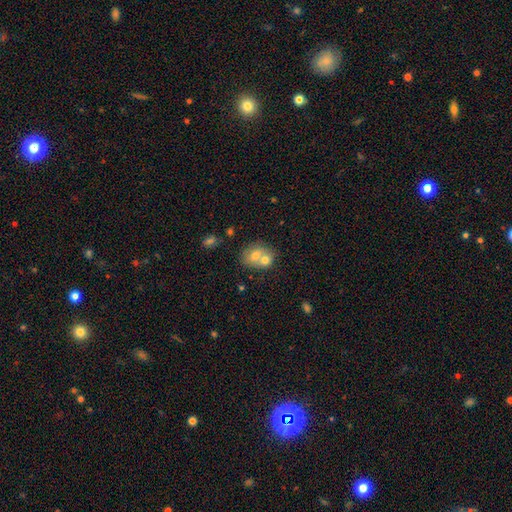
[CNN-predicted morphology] The model was most divided on "how rounded": round: 56%, in between: 43%, cigar-shaped: 1%. More confident: smooth or featured — smooth (67%); merging — merger (63%).